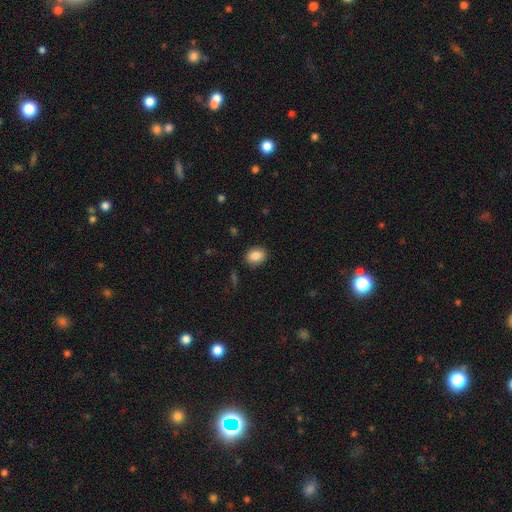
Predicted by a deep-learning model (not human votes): A smooth galaxy with no disk features (86%) that is in between round and cigar-shaped (60%). Merging: none (88%).